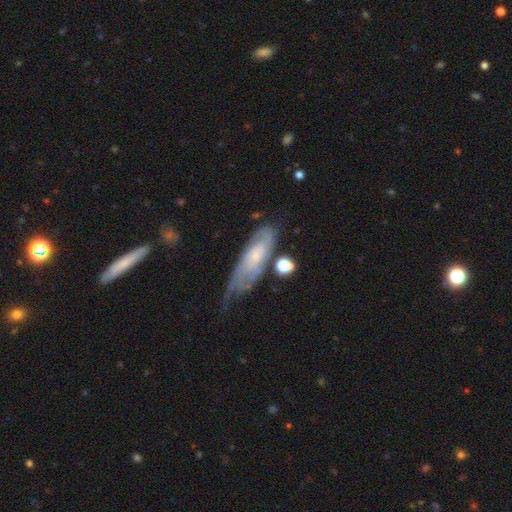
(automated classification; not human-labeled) smooth-or-featured: featured or disk: 64% | smooth: 29% | star or artifact: 7%
  disk-edge-on: no: 83% | yes: 17%
    bar: no: 72% | weak: 23% | strong: 5%
    has-spiral-arms: yes: 85% | no: 15%
    bulge-size: small: 68% | moderate: 21% | none: 8% | large: 2% | dominant: 1%
  merging: none: 40% | minor disturbance: 32% | major disturbance: 22% | merger: 7%